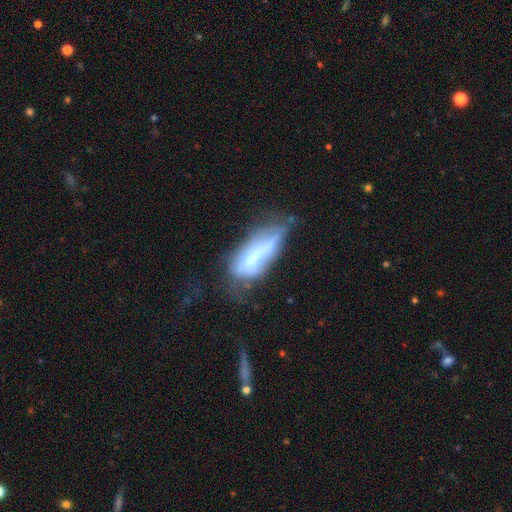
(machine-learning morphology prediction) Smooth or featured? Predicted: smooth (p=0.50). How rounded? Predicted: in between (p=0.66). Merging? Predicted: major disturbance (p=0.31, tied with minor disturbance).